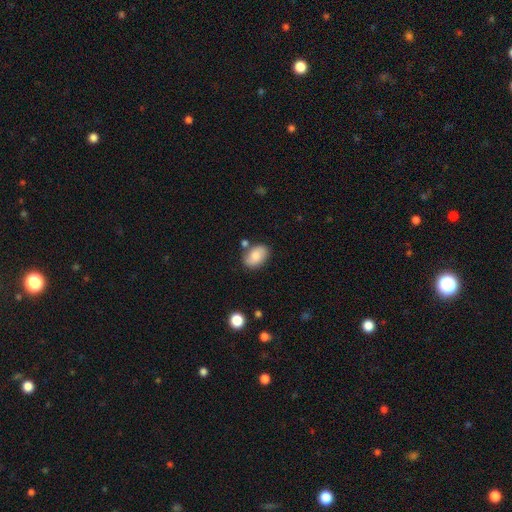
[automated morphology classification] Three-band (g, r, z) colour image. It shows a smooth galaxy with no disk features (77%) that is in between round and cigar-shaped (87%). Merging: none (73%).